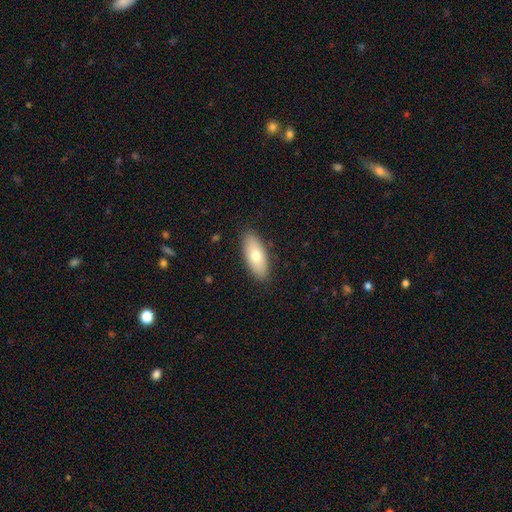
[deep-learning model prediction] This appears to be a smooth galaxy with no disk features (73%) that is in between round and cigar-shaped (81%). Merging: none (88%).